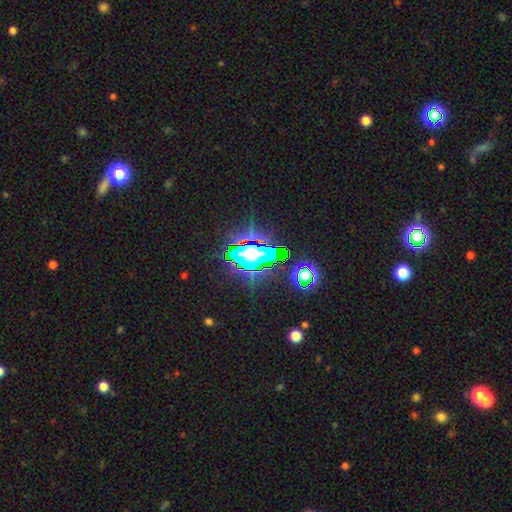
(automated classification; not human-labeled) Smooth or featured?
  - star or artifact: 65% *
  - smooth: 21%
  - featured or disk: 14%